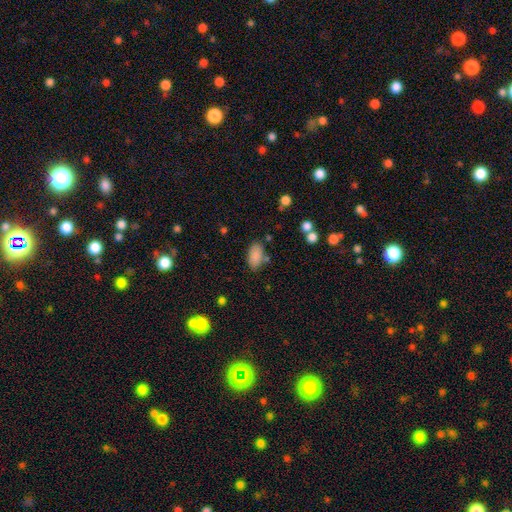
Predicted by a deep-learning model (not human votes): Smooth or featured? Predicted: smooth (p=0.86). How rounded? Predicted: in between (p=0.93). Merging? Predicted: none (p=0.75).